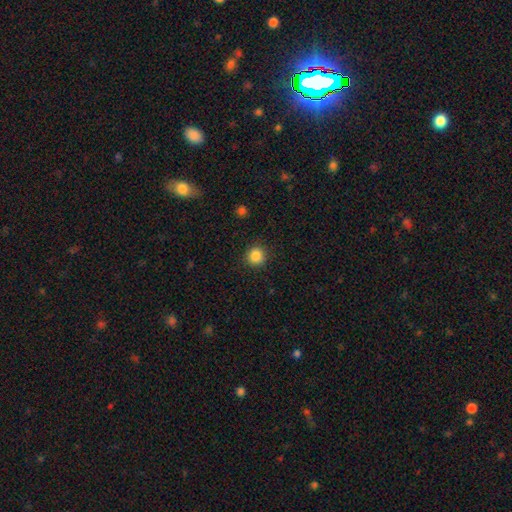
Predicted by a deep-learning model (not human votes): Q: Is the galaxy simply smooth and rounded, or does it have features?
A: smooth — 86%.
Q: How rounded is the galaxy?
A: round — 93%.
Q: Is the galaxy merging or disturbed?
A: none — 91%.